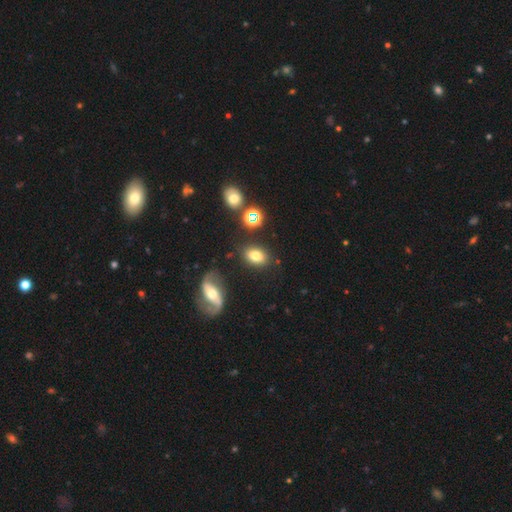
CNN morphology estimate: A smooth galaxy with no disk features (72%) that is in between round and cigar-shaped (77%). Merging: none (79%).